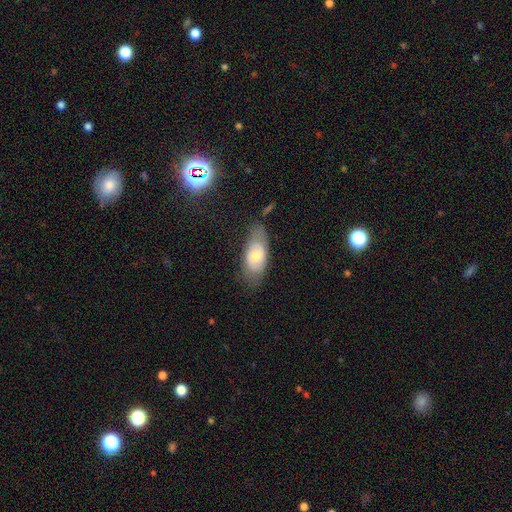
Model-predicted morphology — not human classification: type=smooth (58%); roundness=in between (87%); merging=none (61%).